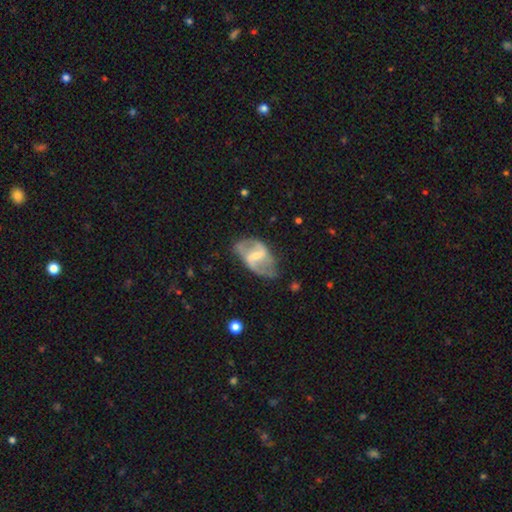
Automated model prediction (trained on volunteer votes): Smooth or featured? featured or disk (81%)
Edge-on disk? no (96%)
Bar? weak (45%)
Spiral arms? yes (87%)
Spiral winding? loose (50%)
Spiral arm count? 2 (87%)
Bulge size? small (50%)
Merging? none (63%)